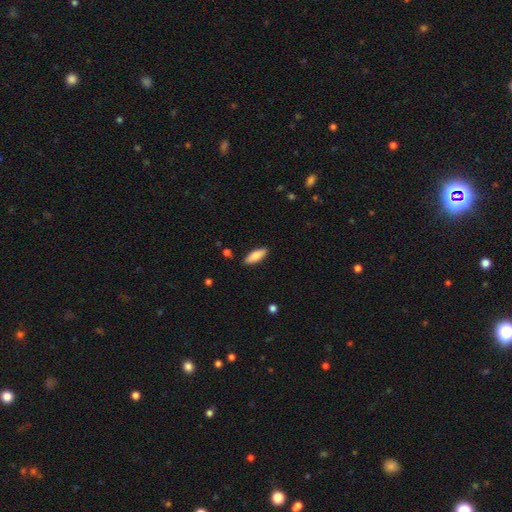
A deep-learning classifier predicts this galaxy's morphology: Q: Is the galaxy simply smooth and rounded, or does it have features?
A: smooth — 81%.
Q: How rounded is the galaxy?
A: in between — 65%.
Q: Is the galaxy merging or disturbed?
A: none — 88%.